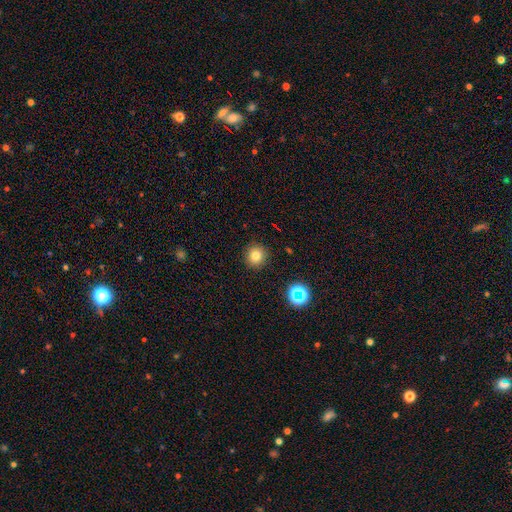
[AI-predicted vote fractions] Smooth or featured? Predicted: smooth (p=0.78). How rounded? Predicted: round (p=0.92). Merging? Predicted: none (p=0.91).